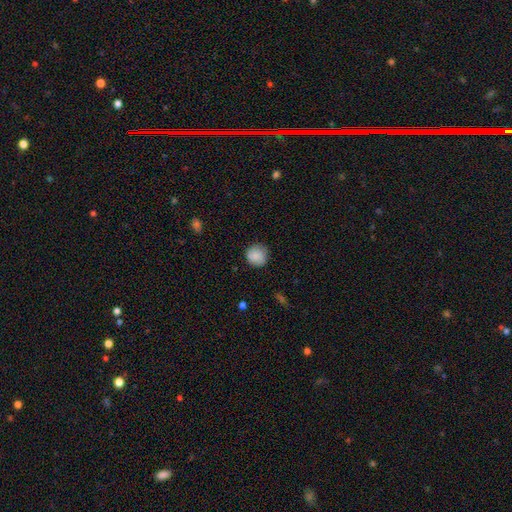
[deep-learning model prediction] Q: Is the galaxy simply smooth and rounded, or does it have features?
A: smooth — 86%.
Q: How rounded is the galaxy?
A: round — 92%.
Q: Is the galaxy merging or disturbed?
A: none — 83%.